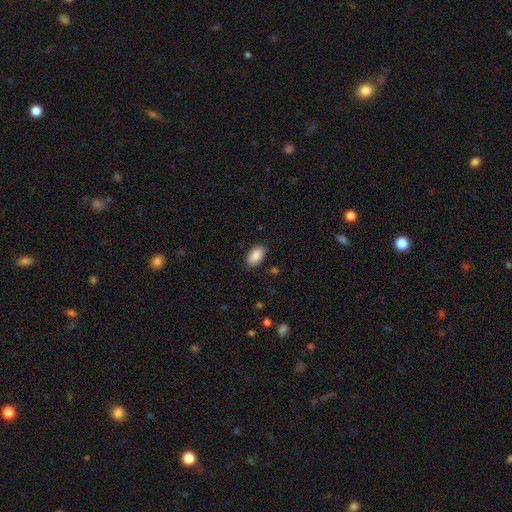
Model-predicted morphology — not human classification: smooth_or_featured: smooth (p=0.89) [alt: star or artifact p=0.07]
how_rounded: in between (p=0.94) [alt: round p=0.04]
merging: none (p=0.87) [alt: minor disturbance p=0.10]